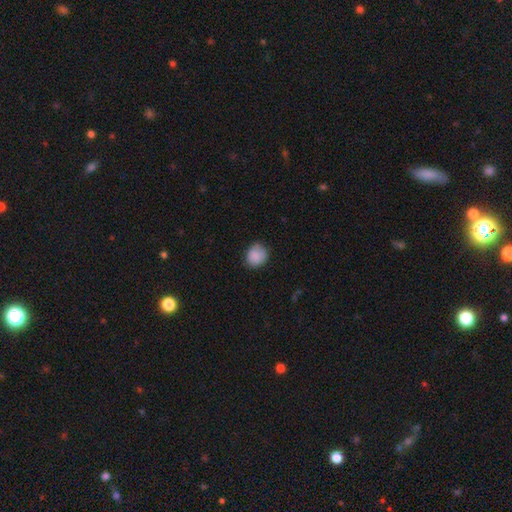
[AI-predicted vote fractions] Smooth or featured? Predicted: smooth (p=0.87). How rounded? Predicted: round (p=0.78). Merging? Predicted: none (p=0.73).